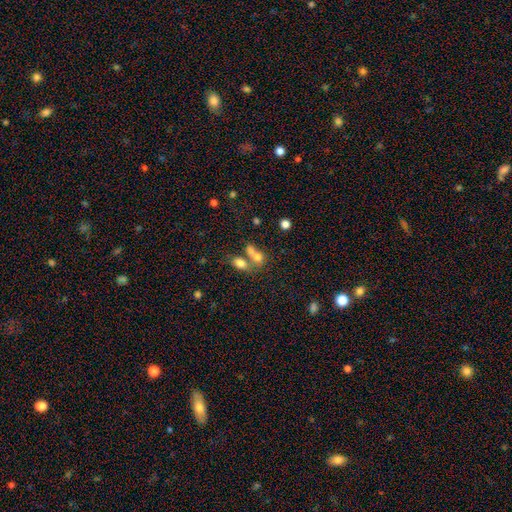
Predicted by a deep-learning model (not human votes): Q: Smooth or featured?
A: smooth (72%); runner-up: featured or disk (15%)
Q: How rounded?
A: in between (62%); runner-up: round (34%)
Q: Merging?
A: merger (57%); runner-up: none (29%)